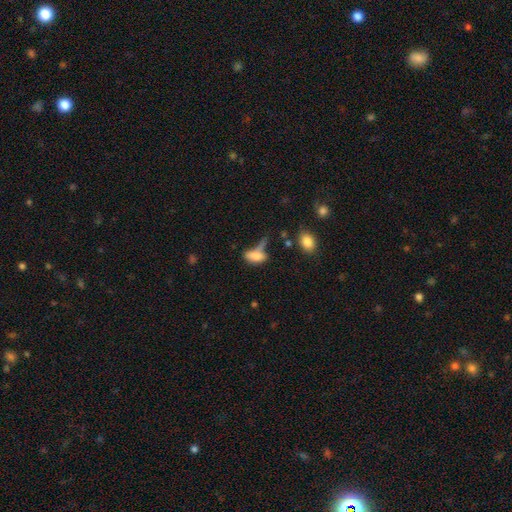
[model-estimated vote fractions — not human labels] Smooth or featured? Predicted: smooth (p=0.73). How rounded? Predicted: in between (p=0.82). Merging? Predicted: none (p=0.33).